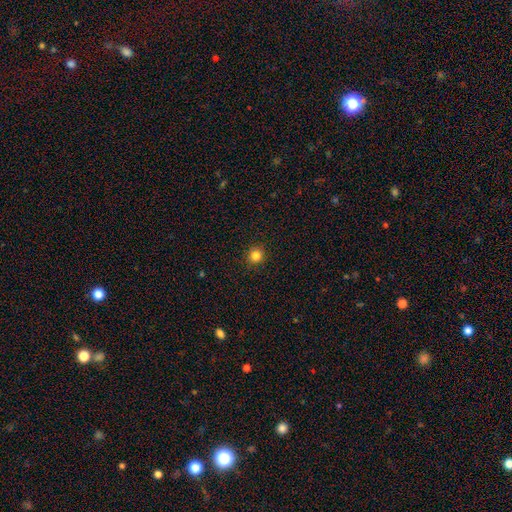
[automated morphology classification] A smooth galaxy with no disk features (83%) that is round (92%).

Vote fractions:
- Smooth or featured? smooth: 83% / star or artifact: 12% / featured or disk: 4%
- How rounded? round: 92% / in between: 7% / cigar-shaped: 1%
- Merging? none: 92% / minor disturbance: 5% / major disturbance: 2% / merger: 1%